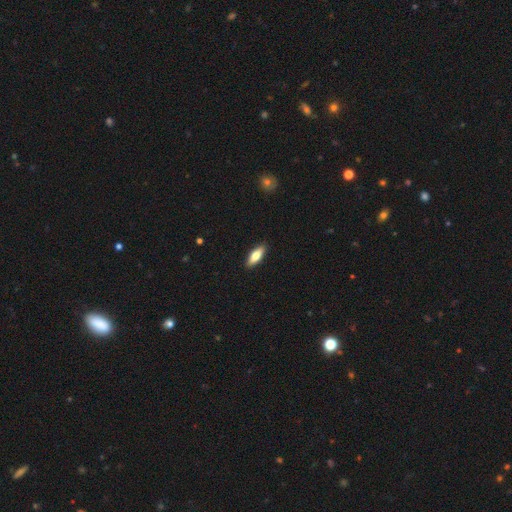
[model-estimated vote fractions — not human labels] Smooth or featured: smooth — 71% (featured or disk — 24%)
How rounded: in between — 63% (cigar-shaped — 35%)
Merging: none — 90% (minor disturbance — 7%)